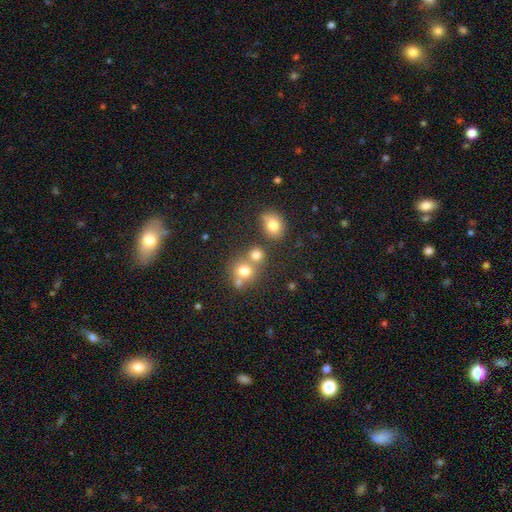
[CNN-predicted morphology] This appears to be a smooth galaxy with no disk features (71%) that is round (79%). Merging: none (52%).